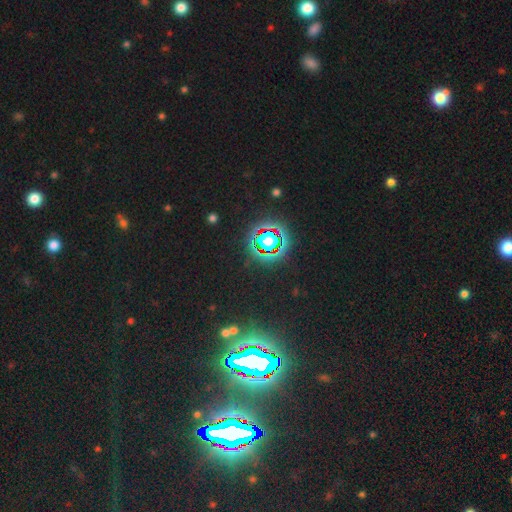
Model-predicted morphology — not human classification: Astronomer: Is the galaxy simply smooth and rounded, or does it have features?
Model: star or artifact — 84%.